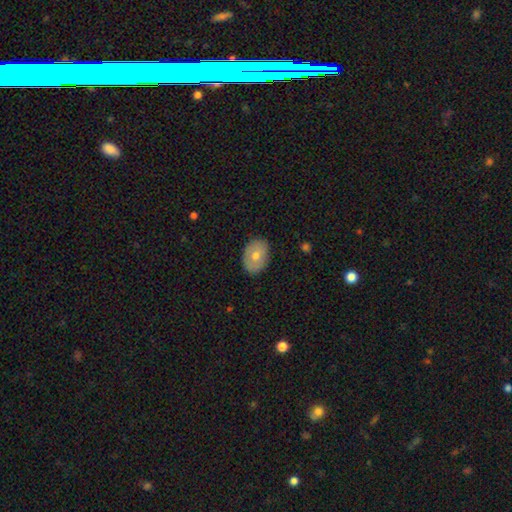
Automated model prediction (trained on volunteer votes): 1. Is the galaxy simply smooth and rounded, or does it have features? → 64% smooth, 28% featured or disk, 8% star or artifact.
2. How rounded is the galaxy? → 71% in between, 28% round, 1% cigar-shaped.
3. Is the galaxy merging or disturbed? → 86% none, 11% minor disturbance, 2% major disturbance, 1% merger.